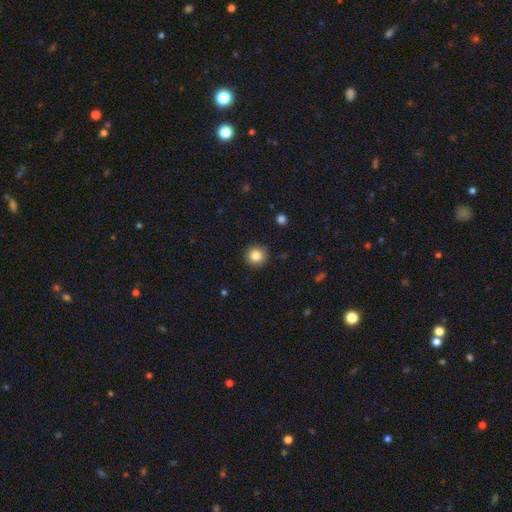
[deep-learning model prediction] The model was most divided on "smooth or featured": smooth: 85%, star or artifact: 10%, featured or disk: 5%. More confident: how rounded — round (94%); merging — none (91%).